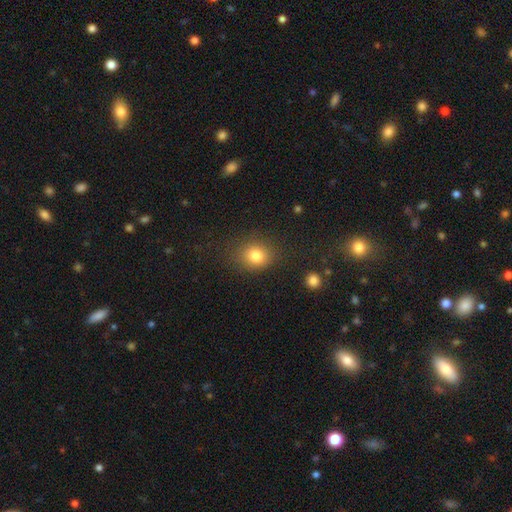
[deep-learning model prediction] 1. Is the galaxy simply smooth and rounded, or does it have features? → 82% smooth, 12% star or artifact, 7% featured or disk.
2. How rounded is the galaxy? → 65% round, 34% in between, 1% cigar-shaped.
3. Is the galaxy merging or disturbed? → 80% none, 13% minor disturbance, 5% major disturbance, 2% merger.